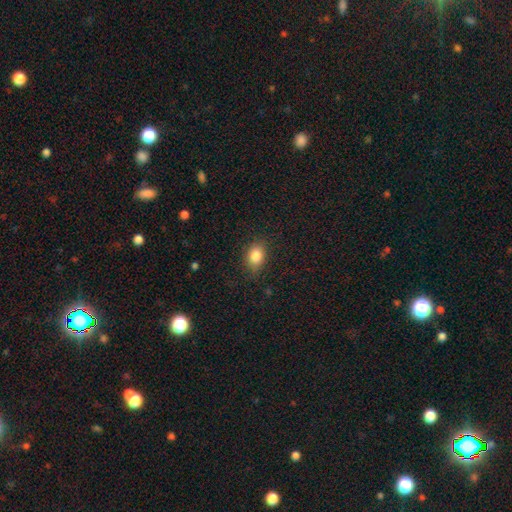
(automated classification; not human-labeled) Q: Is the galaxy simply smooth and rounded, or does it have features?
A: smooth — 84%.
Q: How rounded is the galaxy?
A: in between — 70%.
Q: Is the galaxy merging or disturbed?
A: none — 81%.